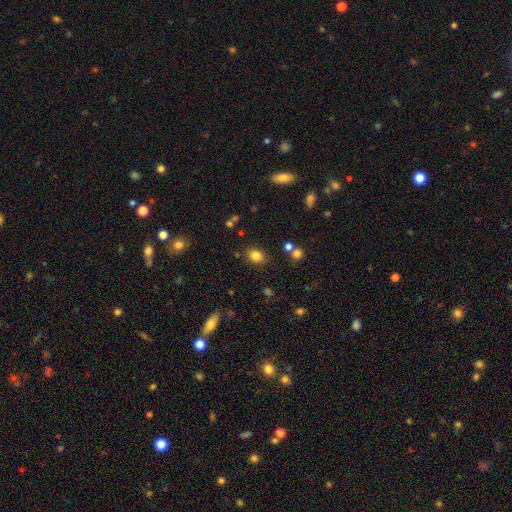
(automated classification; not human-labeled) Overall: smooth (82%). How rounded: in between (54%; round 45%). Merging: none (83%).